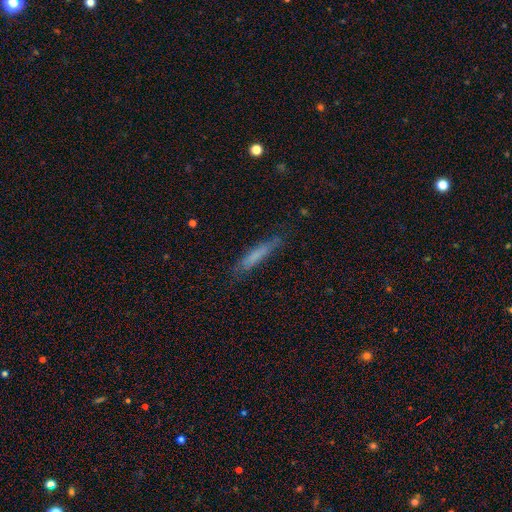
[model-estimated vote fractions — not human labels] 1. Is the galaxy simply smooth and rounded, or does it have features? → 69% smooth, 24% featured or disk, 7% star or artifact.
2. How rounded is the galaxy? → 90% cigar-shaped, 8% in between, 1% round.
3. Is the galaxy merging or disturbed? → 75% none, 18% minor disturbance, 5% major disturbance, 2% merger.